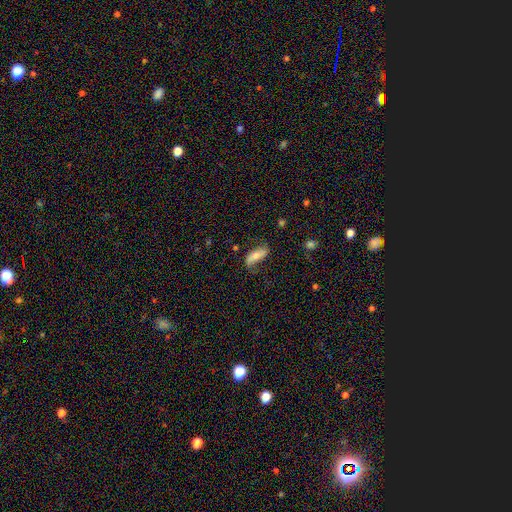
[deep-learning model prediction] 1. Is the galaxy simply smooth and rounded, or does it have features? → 47% smooth, 46% featured or disk, 7% star or artifact.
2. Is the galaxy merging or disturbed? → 64% none, 24% minor disturbance, 11% major disturbance, 2% merger.